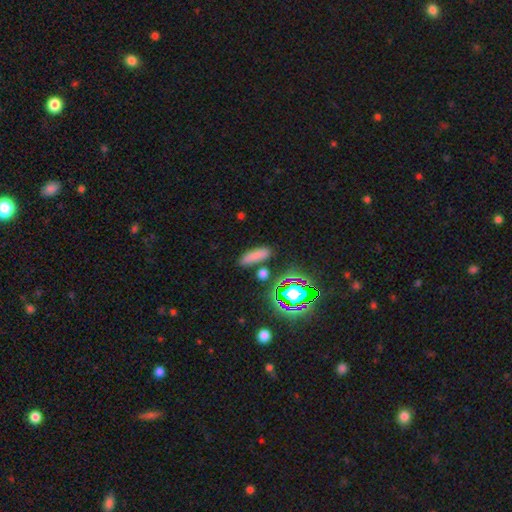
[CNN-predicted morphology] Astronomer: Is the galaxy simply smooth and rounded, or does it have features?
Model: smooth — 75%.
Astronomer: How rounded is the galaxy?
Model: in between — 49% (runner-up: cigar-shaped, 46%).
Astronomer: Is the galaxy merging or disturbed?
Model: none — 82%.